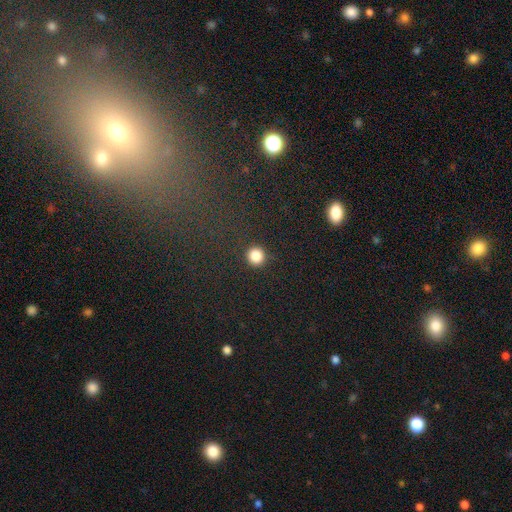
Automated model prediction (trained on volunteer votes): smooth_or_featured: smooth (p=0.84) [alt: star or artifact p=0.12]
how_rounded: round (p=0.93) [alt: in between p=0.06]
merging: none (p=0.92) [alt: minor disturbance p=0.05]